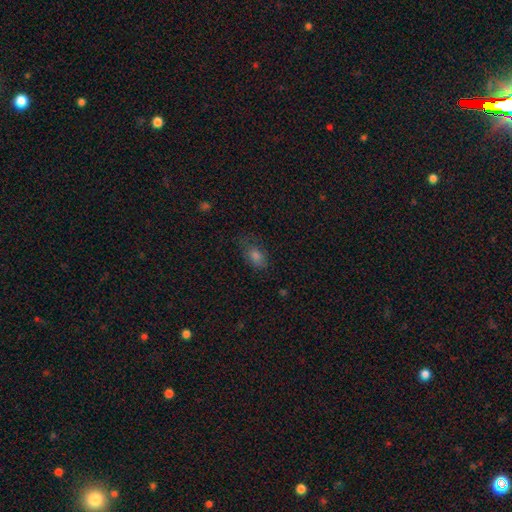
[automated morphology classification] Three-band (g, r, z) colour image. It shows a smooth galaxy with no disk features (71%) that is in between round and cigar-shaped (81%). Merging: none (68%).